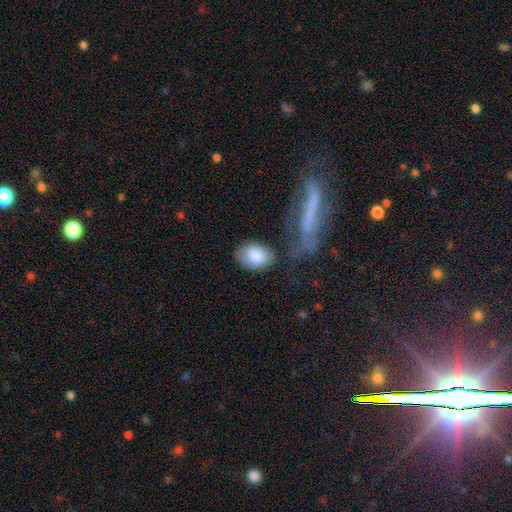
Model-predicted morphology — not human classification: smooth-or-featured: smooth: 85% | featured or disk: 9% | star or artifact: 6%
  how-rounded: in between: 83% | round: 16% | cigar-shaped: 1%
  merging: none: 58% | minor disturbance: 21% | merger: 11% | major disturbance: 9%